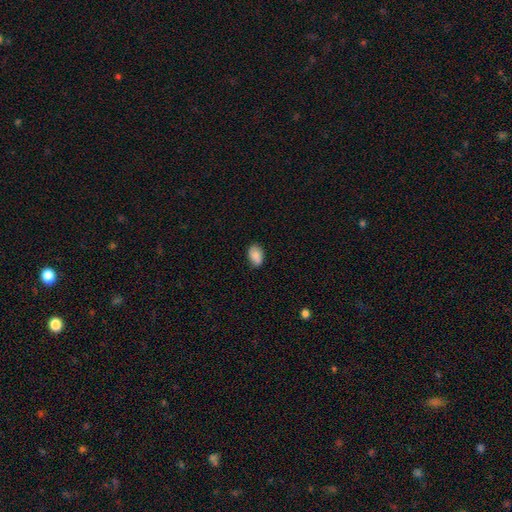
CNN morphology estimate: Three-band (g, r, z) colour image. It shows a smooth galaxy with no disk features (84%) that is in between round and cigar-shaped (85%). Merging: none (75%).